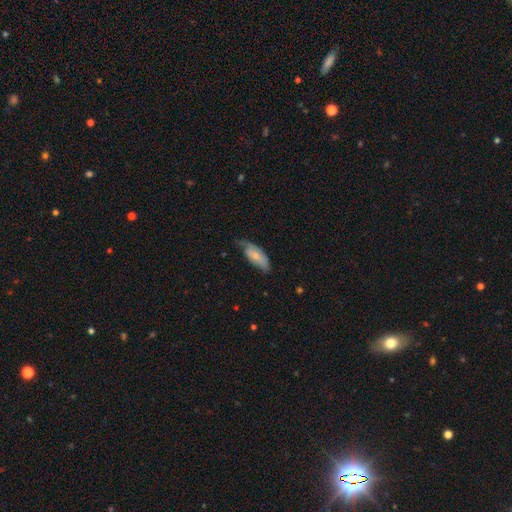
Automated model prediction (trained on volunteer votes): smooth_or_featured: smooth (p=0.64) [alt: featured or disk p=0.31]
how_rounded: in between (p=0.82) [alt: cigar-shaped p=0.15]
merging: minor disturbance (p=0.42) [alt: none p=0.40]